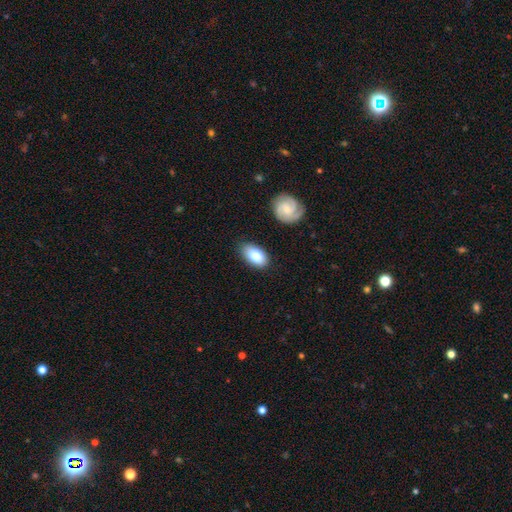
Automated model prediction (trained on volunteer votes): Overall: smooth (79%). How rounded: in between (91%). Merging: none (81%).